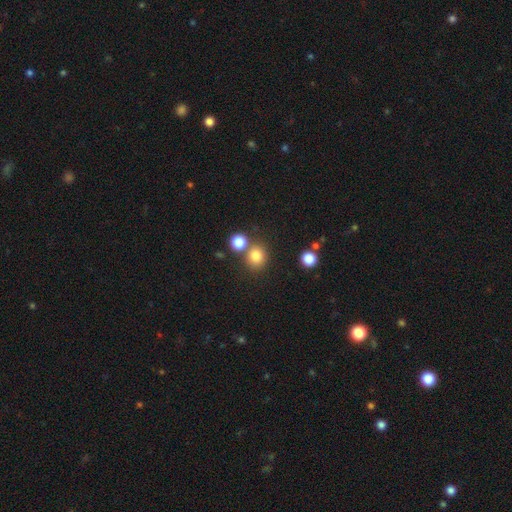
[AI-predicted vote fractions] Smooth or featured: smooth — 80% (star or artifact — 13%)
How rounded: round — 79% (in between — 20%)
Merging: none — 67% (merger — 20%)